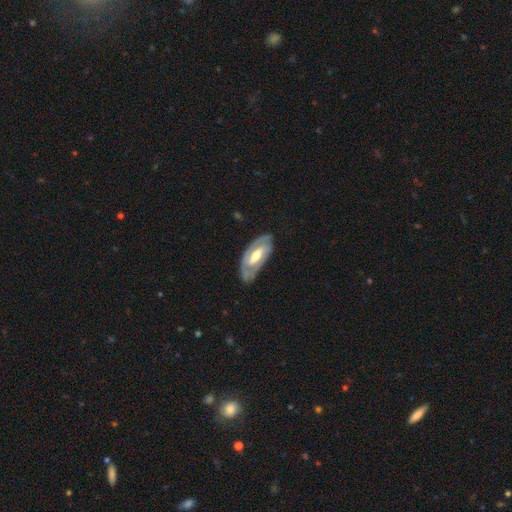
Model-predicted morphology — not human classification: This appears to be a featured or disk galaxy (78%) with a weak bar (39%, tied with strong), 2 (72%) tight (56%) spiral arms (76%) and a moderate central bulge (66%). Merging: none (75%).